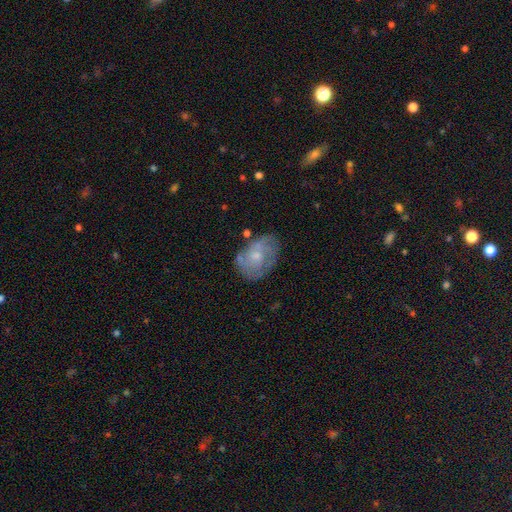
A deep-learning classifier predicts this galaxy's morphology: Overall: featured or disk (58%; smooth 35%). Edge-on disk: no (97%). Bar: no (78%). Spiral arms: yes (65%; no 35%). Bulge size: small (47%; moderate 41%). Merging: none (60%; minor disturbance 25%).